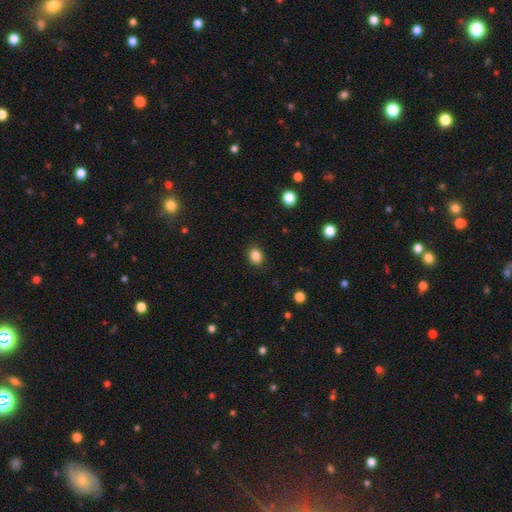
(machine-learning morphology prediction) smooth_or_featured: smooth (p=0.86) [alt: star or artifact p=0.10]
how_rounded: round (p=0.52) [alt: in between p=0.47]
merging: none (p=0.89) [alt: minor disturbance p=0.08]